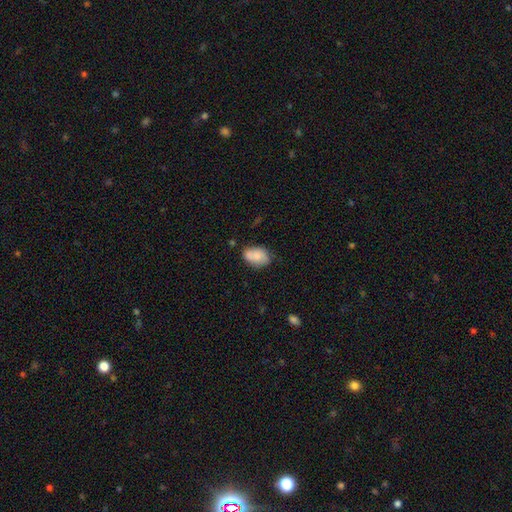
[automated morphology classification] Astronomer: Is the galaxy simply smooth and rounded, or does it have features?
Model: smooth — 74%.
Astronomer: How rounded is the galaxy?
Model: in between — 84%.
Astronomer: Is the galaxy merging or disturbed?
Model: none — 61%.